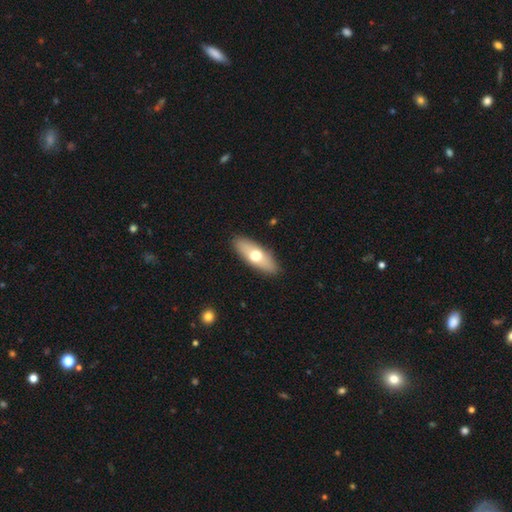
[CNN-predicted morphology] Q: Smooth or featured?
A: smooth (60%); runner-up: featured or disk (34%)
Q: How rounded?
A: in between (67%); runner-up: cigar-shaped (29%)
Q: Merging?
A: none (89%); runner-up: minor disturbance (8%)